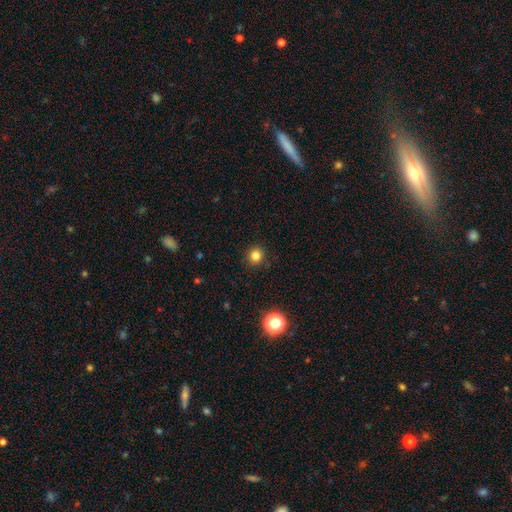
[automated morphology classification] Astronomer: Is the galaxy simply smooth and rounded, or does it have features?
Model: smooth — 82%.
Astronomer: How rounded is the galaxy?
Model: round — 91%.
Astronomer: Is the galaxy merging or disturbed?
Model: none — 90%.